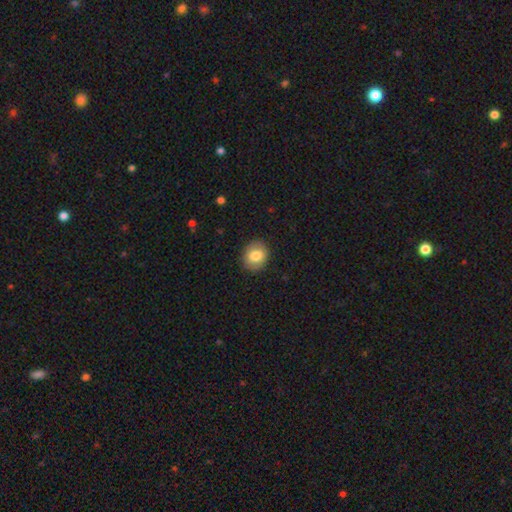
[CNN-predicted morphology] A smooth galaxy with no disk features (78%) that is round (61%).

Vote fractions:
- Smooth or featured? smooth: 78% / featured or disk: 14% / star or artifact: 8%
- How rounded? round: 61% / in between: 38% / cigar-shaped: 1%
- Merging? none: 88% / minor disturbance: 9% / major disturbance: 2% / merger: 1%